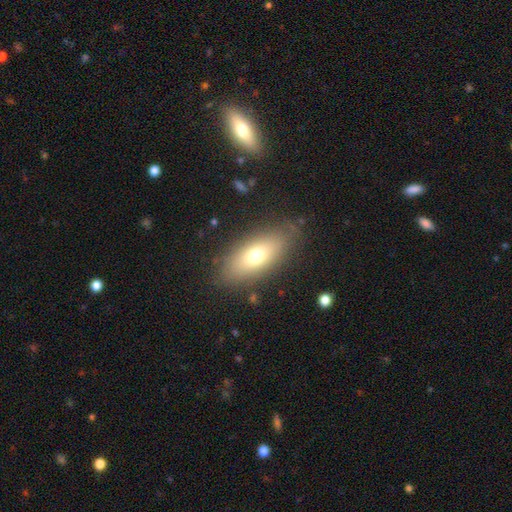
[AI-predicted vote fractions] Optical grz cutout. It shows a smooth galaxy with no disk features (69%) that is in between round and cigar-shaped (79%). Merging: none (83%).